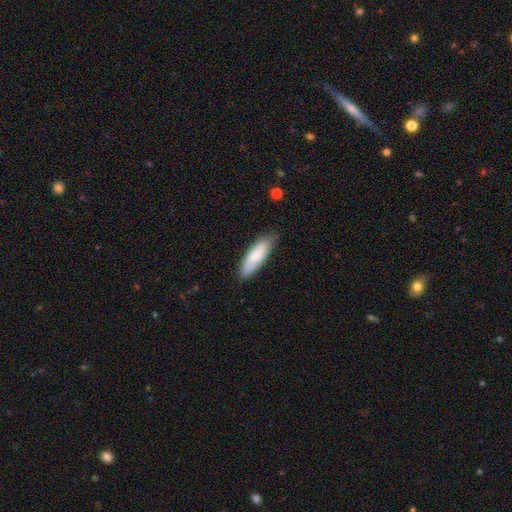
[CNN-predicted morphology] A smooth galaxy with no disk features (79%) that is in between round and cigar-shaped (50%).

Vote fractions:
- Smooth or featured? smooth: 79% / featured or disk: 15% / star or artifact: 5%
- How rounded? in between: 50% / cigar-shaped: 49% / round: 1%
- Merging? none: 79% / minor disturbance: 17% / major disturbance: 3% / merger: 1%